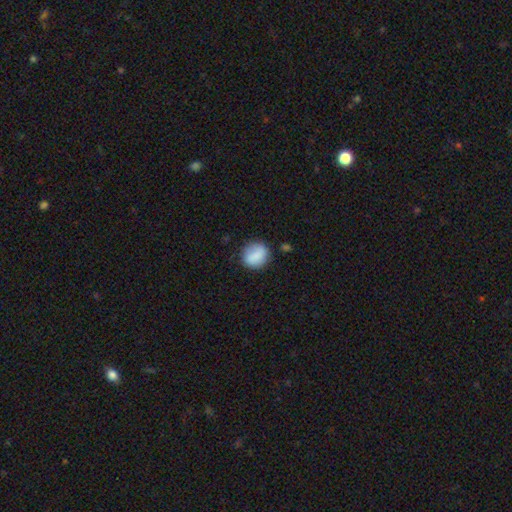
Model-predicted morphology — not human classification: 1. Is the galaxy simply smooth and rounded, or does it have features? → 84% smooth, 8% featured or disk, 8% star or artifact.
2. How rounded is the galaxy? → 75% round, 24% in between, 1% cigar-shaped.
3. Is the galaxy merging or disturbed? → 77% none, 16% minor disturbance, 4% major disturbance, 3% merger.